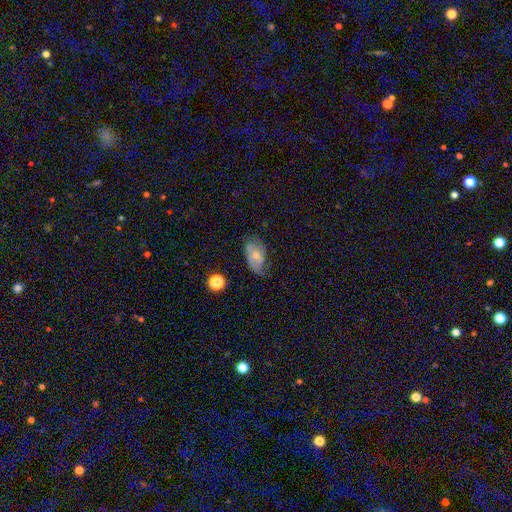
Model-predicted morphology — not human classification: Smooth or featured: smooth — 58% (featured or disk — 34%)
How rounded: in between — 90% (round — 8%)
Merging: none — 45% (minor disturbance — 36%)